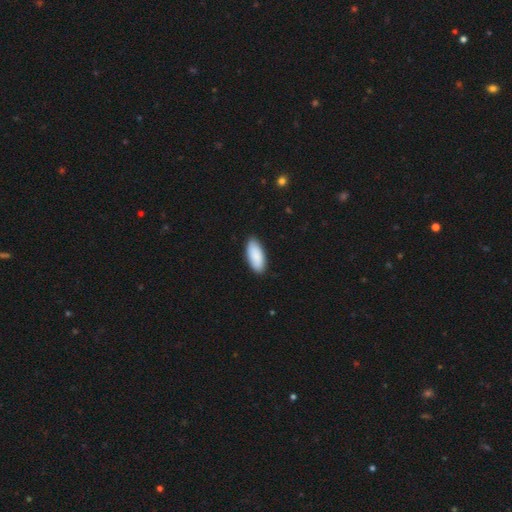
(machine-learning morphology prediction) type=smooth (90%); roundness=in between (86%); merging=none (89%).